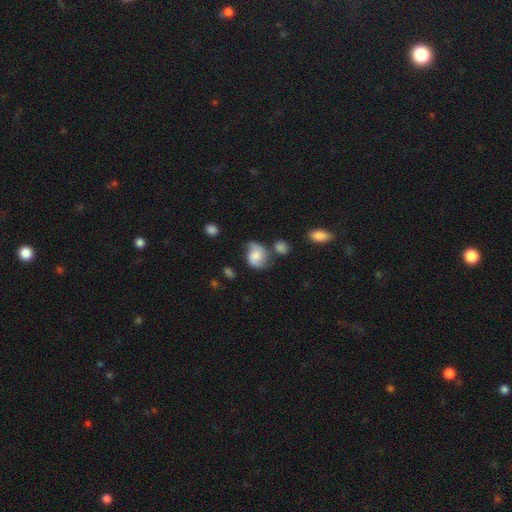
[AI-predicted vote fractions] A featured or disk galaxy (48%). Merging: none (50%).